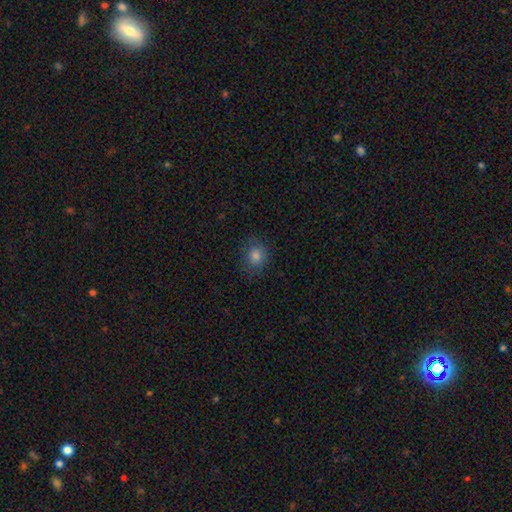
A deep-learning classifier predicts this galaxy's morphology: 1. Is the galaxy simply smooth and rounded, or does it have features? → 79% smooth, 13% star or artifact, 7% featured or disk.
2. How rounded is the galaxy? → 75% round, 24% in between, 1% cigar-shaped.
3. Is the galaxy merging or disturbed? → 83% none, 13% minor disturbance, 4% major disturbance, 1% merger.